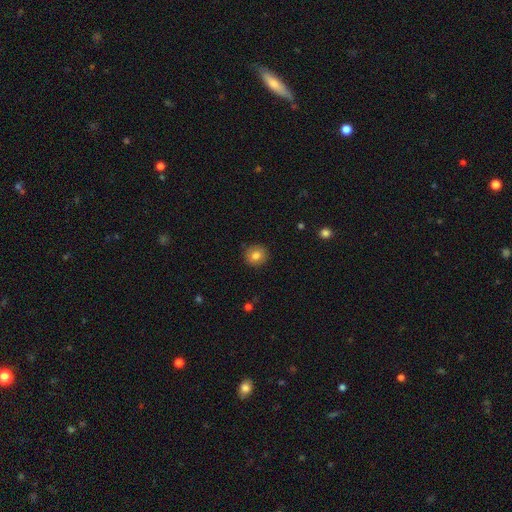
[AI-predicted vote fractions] This is clearly a smooth galaxy (81%). How rounded: clearly round (90%). Merging: clearly none (89%).